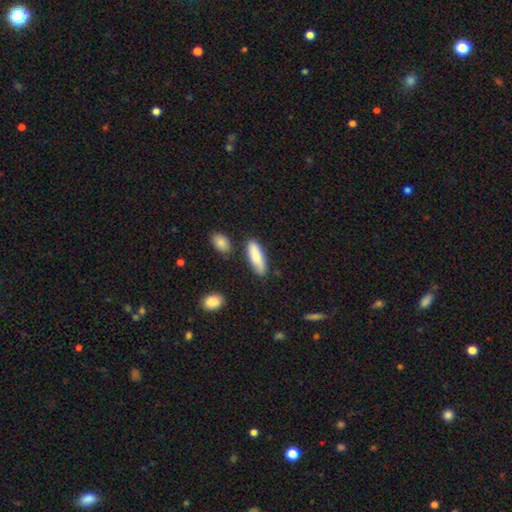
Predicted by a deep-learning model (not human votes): Smooth or featured: smooth — 83% (featured or disk — 11%)
How rounded: cigar-shaped — 49% (tied with in between — 49%)
Merging: none — 80% (minor disturbance — 13%)